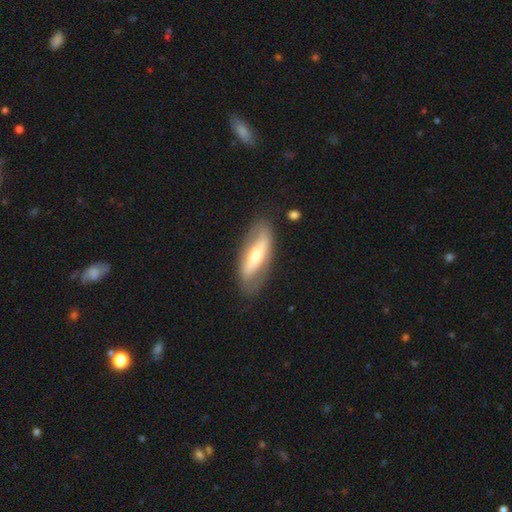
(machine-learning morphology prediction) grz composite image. It shows a featured or disk galaxy (58%). Merging: none (76%).